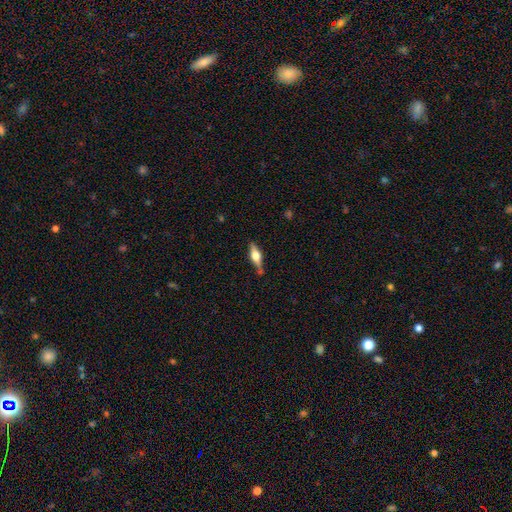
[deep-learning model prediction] Smooth or featured: featured or disk — 61% (smooth — 33%)
Edge-on disk: yes — 95% (no — 5%)
Edge-on bulge: rounded — 92% (boxy — 6%)
Merging: none — 78% (minor disturbance — 14%)